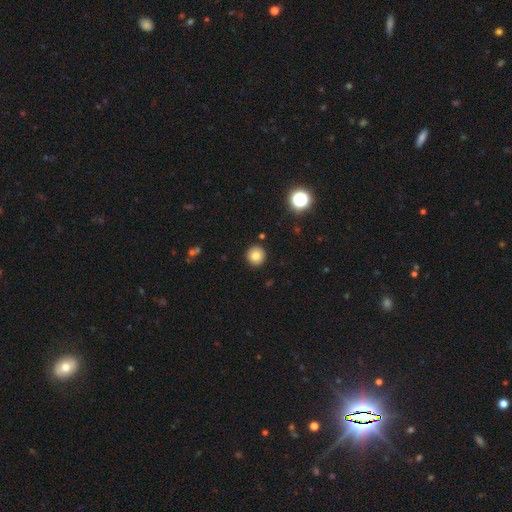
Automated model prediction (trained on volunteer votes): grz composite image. It shows a smooth galaxy with no disk features (80%) that is round (94%). Merging: none (92%).